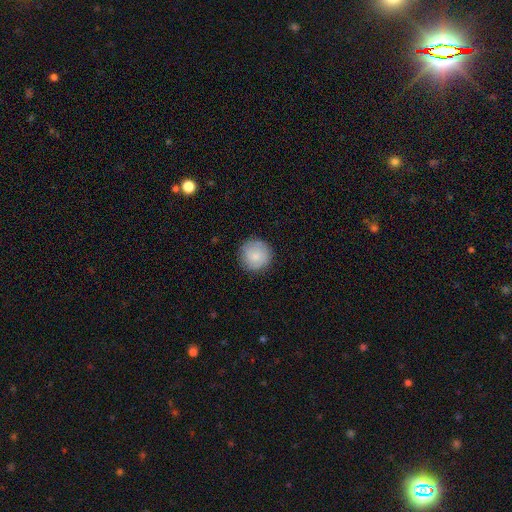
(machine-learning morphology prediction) Smooth or featured?
  - smooth: 80% *
  - featured or disk: 13%
  - star or artifact: 6%
How rounded?
  - round: 95% *
  - in between: 4%
  - cigar-shaped: 1%
Merging?
  - none: 87% *
  - minor disturbance: 9%
  - major disturbance: 2%
  - merger: 1%